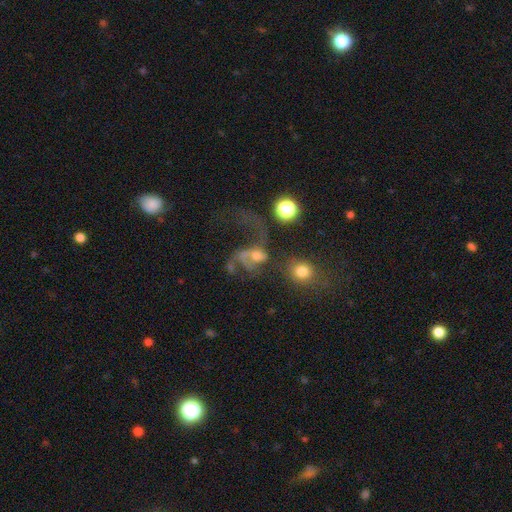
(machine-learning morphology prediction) The model was most divided on "bulge size": moderate: 41%, small: 33%, none: 13%, large: 10%, dominant: 3%. Remaining: edge-on disk — no (97%); spiral arms — yes (69%); bar — no (65%); smooth or featured — featured or disk (59%); merging — major disturbance (44%).